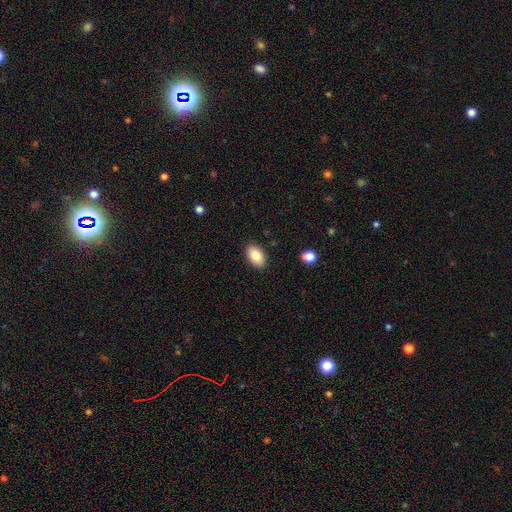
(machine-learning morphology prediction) smooth-or-featured: smooth: 85% | featured or disk: 8% | star or artifact: 7%
  how-rounded: in between: 92% | round: 7% | cigar-shaped: 1%
  merging: none: 88% | minor disturbance: 8% | major disturbance: 2% | merger: 1%